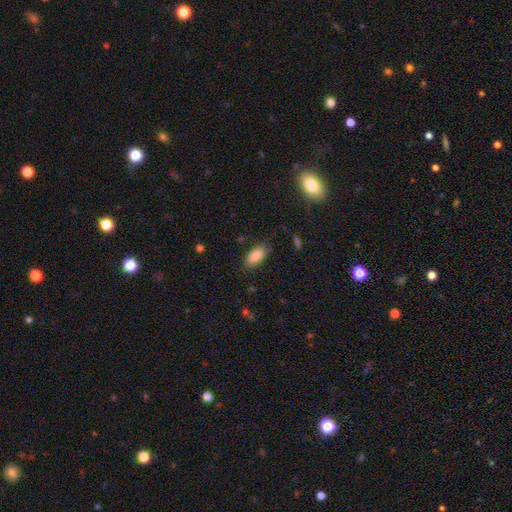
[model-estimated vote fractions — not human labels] This is clearly a smooth galaxy (87%). How rounded: clearly in between (91%). Merging: likely none (80%).